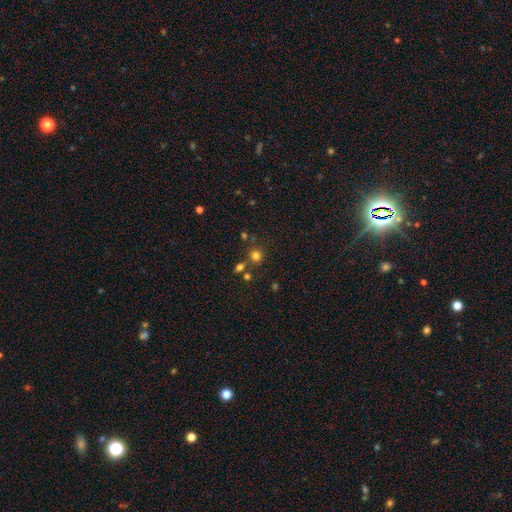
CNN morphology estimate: type=smooth (75%); roundness=round (88%); merging=none (71%).